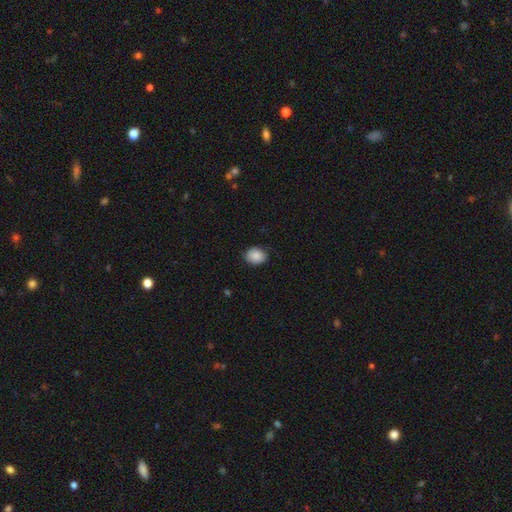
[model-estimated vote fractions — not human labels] Smooth or featured: smooth — 87% (star or artifact — 8%)
How rounded: in between — 53% (round — 46%)
Merging: none — 81% (minor disturbance — 15%)